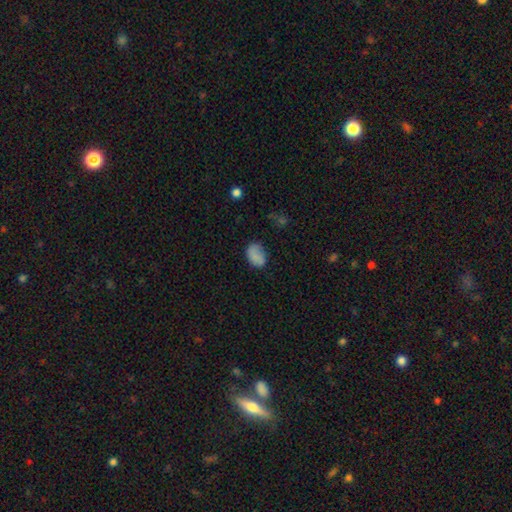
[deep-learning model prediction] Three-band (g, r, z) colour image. It shows a smooth galaxy with no disk features (80%) that is in between round and cigar-shaped (80%). Merging: none (65%).